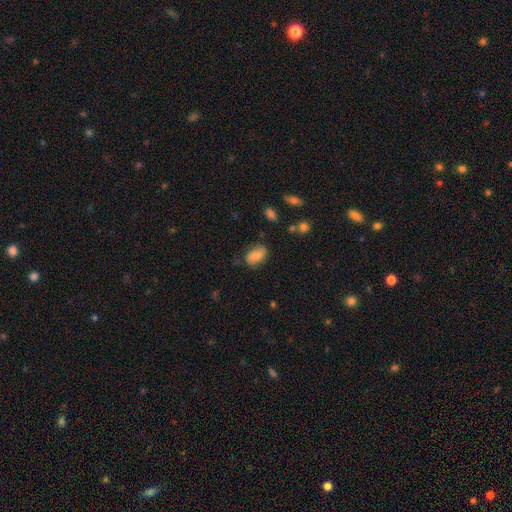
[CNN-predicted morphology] type=smooth (77%); roundness=in between (89%); merging=none (70%).